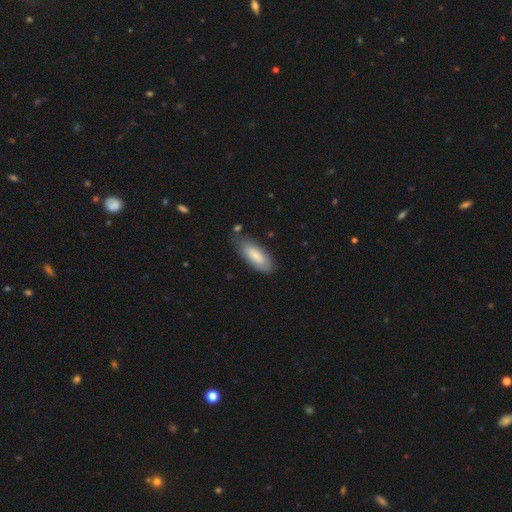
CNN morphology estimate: Smooth or featured?
  - smooth: 81% *
  - featured or disk: 13%
  - star or artifact: 5%
How rounded?
  - in between: 78% *
  - cigar-shaped: 21%
  - round: 2%
Merging?
  - none: 73% *
  - minor disturbance: 19%
  - major disturbance: 4%
  - merger: 4%